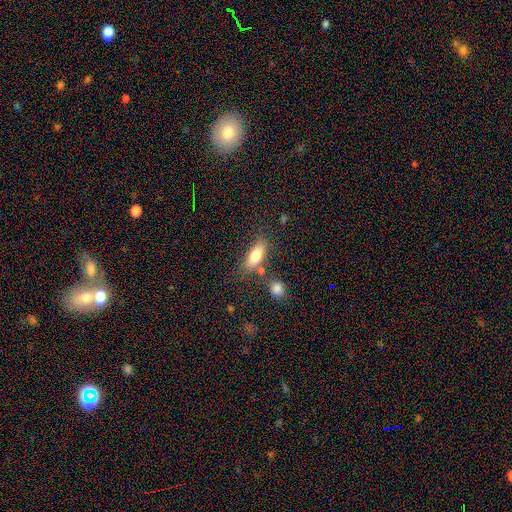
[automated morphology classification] Smooth or featured? smooth (79%)
How rounded? in between (77%)
Merging? none (65%)